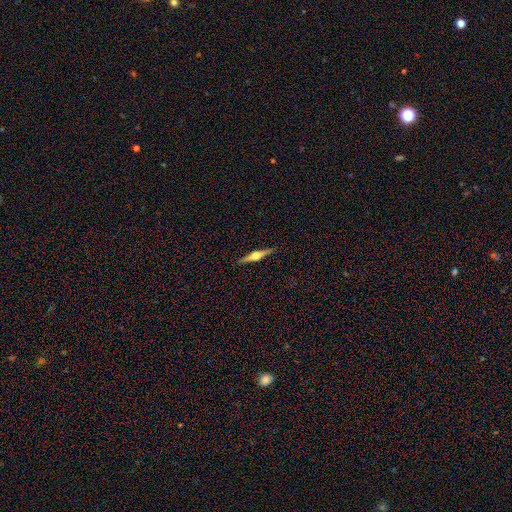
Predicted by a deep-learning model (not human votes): Smooth or featured? featured or disk (75%)
Edge-on disk? yes (98%)
Edge-on bulge? rounded (93%)
Merging? none (90%)